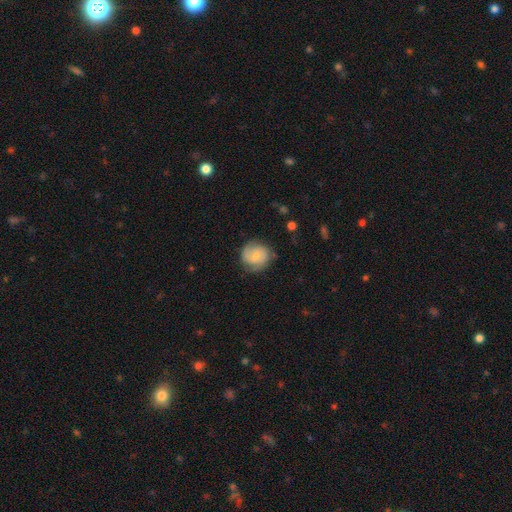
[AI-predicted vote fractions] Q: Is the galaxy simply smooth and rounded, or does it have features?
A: smooth — 49%.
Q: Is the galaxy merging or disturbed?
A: none — 73%.